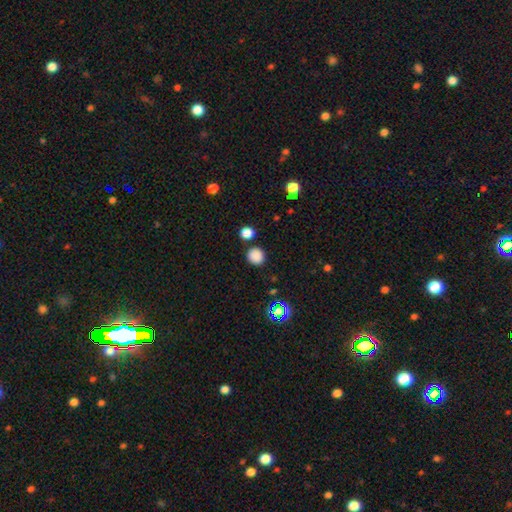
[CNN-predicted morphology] A smooth galaxy with no disk features (84%) that is round (87%). Merging: none (85%).